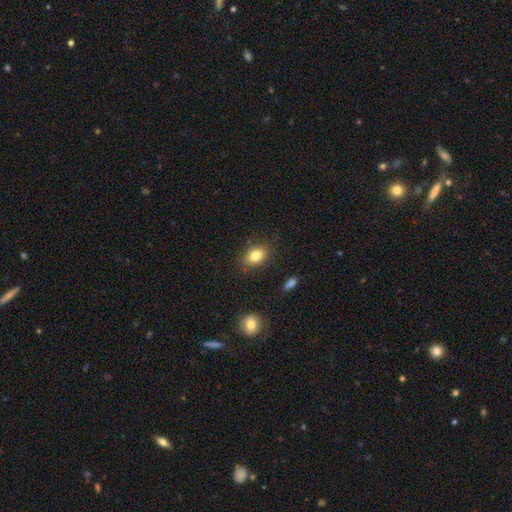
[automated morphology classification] type=smooth (82%); roundness=in between (83%); merging=none (84%).